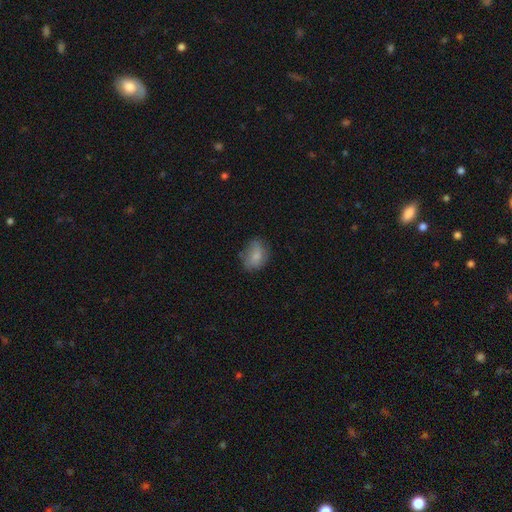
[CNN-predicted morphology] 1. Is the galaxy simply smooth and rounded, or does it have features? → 77% smooth, 15% featured or disk, 8% star or artifact.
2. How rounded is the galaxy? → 61% in between, 38% round, 1% cigar-shaped.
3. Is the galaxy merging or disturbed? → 62% none, 28% minor disturbance, 9% major disturbance, 2% merger.